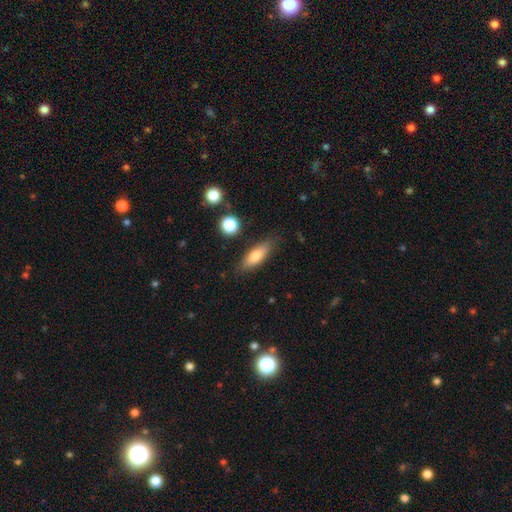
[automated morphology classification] Overall: smooth (75%). How rounded: in between (58%; cigar-shaped 39%). Merging: none (81%).